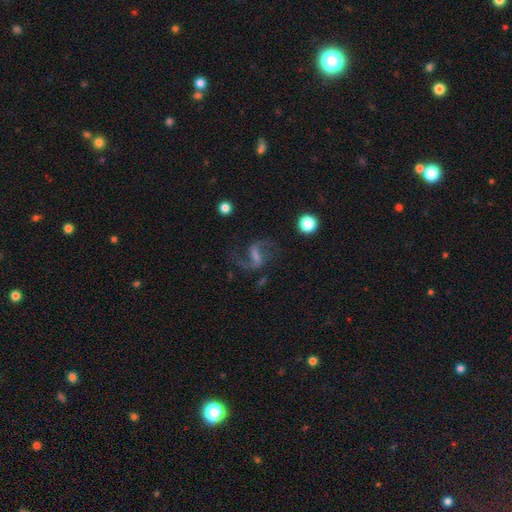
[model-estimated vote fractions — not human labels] smooth_or_featured: featured or disk (p=0.85) [alt: star or artifact p=0.08]
disk_edge_on: no (p=0.97) [alt: yes p=0.03]
bar: weak (p=0.45) [alt: strong p=0.41]
has_spiral_arms: yes (p=0.95) [alt: no p=0.05]
spiral_winding: loose (p=0.63) [alt: medium p=0.32]
spiral_arm_count: 2 (p=0.92) [alt: 1 p=0.03]
bulge_size: small (p=0.39) [alt: none p=0.36]
merging: none (p=0.75) [alt: minor disturbance p=0.13]